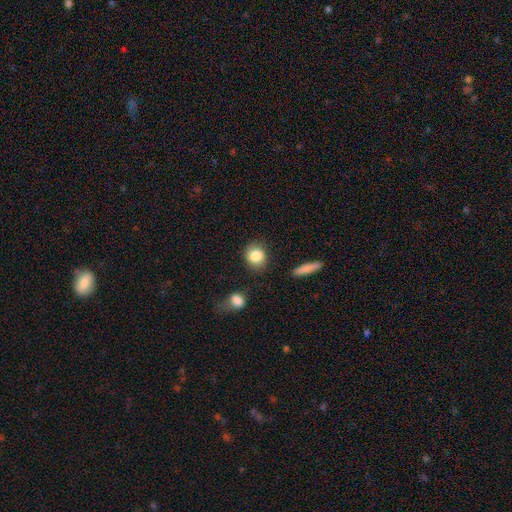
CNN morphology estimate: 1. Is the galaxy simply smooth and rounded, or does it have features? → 84% smooth, 8% star or artifact, 8% featured or disk.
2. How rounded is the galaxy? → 74% round, 24% in between, 2% cigar-shaped.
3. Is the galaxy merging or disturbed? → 80% none, 12% minor disturbance, 4% merger, 3% major disturbance.